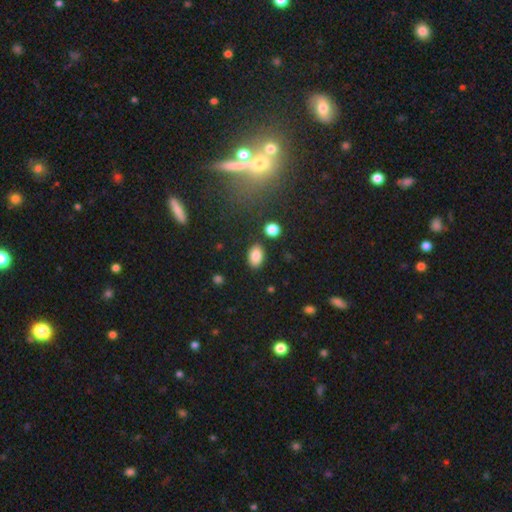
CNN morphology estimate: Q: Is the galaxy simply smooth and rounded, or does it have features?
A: smooth — 85%.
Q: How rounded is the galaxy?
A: in between — 88%.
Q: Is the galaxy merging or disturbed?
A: none — 86%.